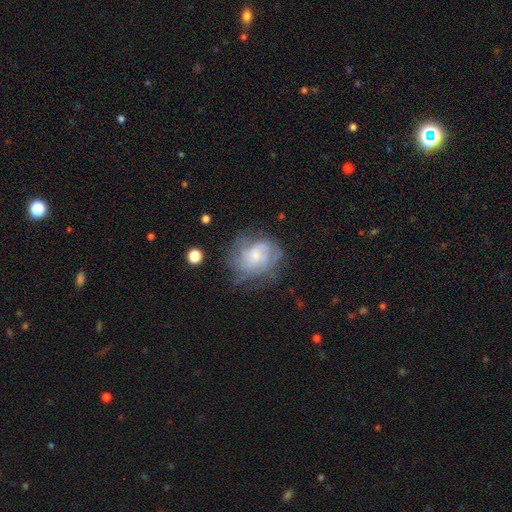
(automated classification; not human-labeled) A featured or disk galaxy (68%) with no bar (68%), tight (49%) spiral arms (84%) and a small central bulge (58%).

Vote fractions:
- Smooth or featured? featured or disk: 68% / smooth: 23% / star or artifact: 9%
- Edge-on disk? no: 98% / yes: 2%
- Bar? no: 68% / weak: 28% / strong: 4%
- Spiral arms? yes: 84% / no: 16%
- Spiral winding? tight: 49% / medium: 37% / loose: 15%
- Spiral arm count? can't tell: 49% / 2: 16% / 3: 14% / 4: 10% / more than 4: 5% / 1: 5%
- Bulge size? small: 58% / moderate: 30% / none: 7% / large: 4% / dominant: 1%
- Merging? none: 60% / minor disturbance: 23% / major disturbance: 15% / merger: 2%